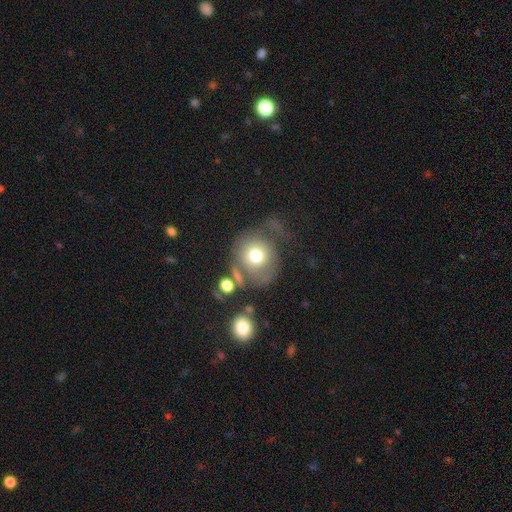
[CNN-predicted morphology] Smooth or featured? Predicted: smooth (p=0.68). How rounded? Predicted: round (p=0.81). Merging? Predicted: none (p=0.37).